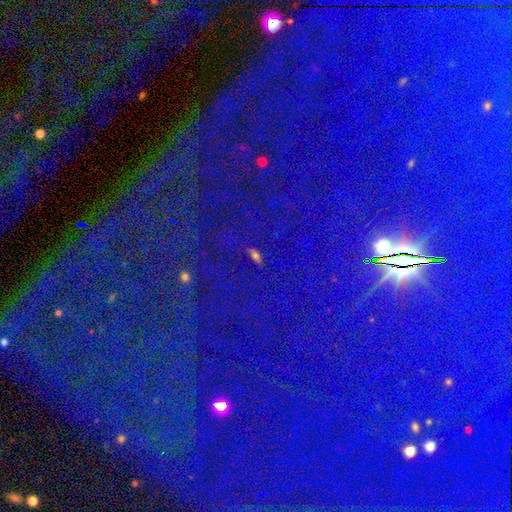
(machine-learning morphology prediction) This appears to be a star or artifact, not a galaxy (70%).